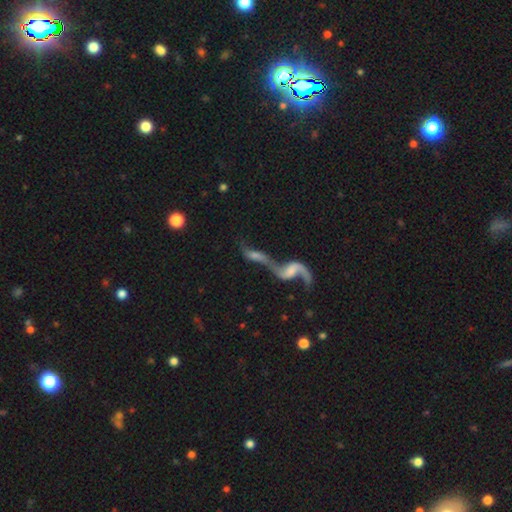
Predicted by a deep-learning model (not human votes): smooth_or_featured: featured or disk (p=0.66) [alt: smooth p=0.24]
disk_edge_on: no (p=0.88) [alt: yes p=0.12]
bar: no (p=0.55) [alt: weak p=0.32]
has_spiral_arms: yes (p=0.73) [alt: no p=0.27]
bulge_size: none (p=0.39) [alt: small p=0.28]
merging: merger (p=0.73) [alt: none p=0.12]